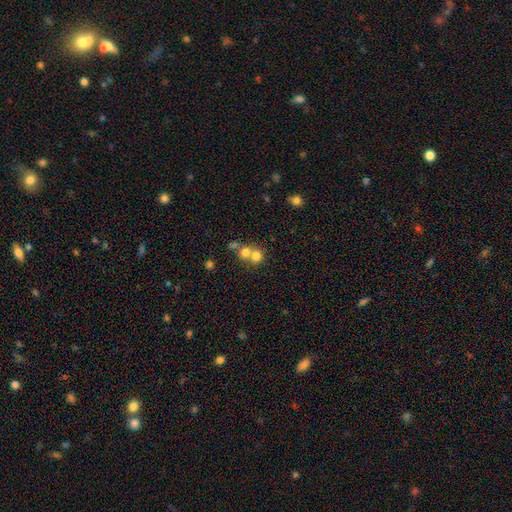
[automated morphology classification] smooth 72%, featured or disk 15%, star or artifact 13%. Down the decision tree: how rounded — round (81%); merging — merger (58%).